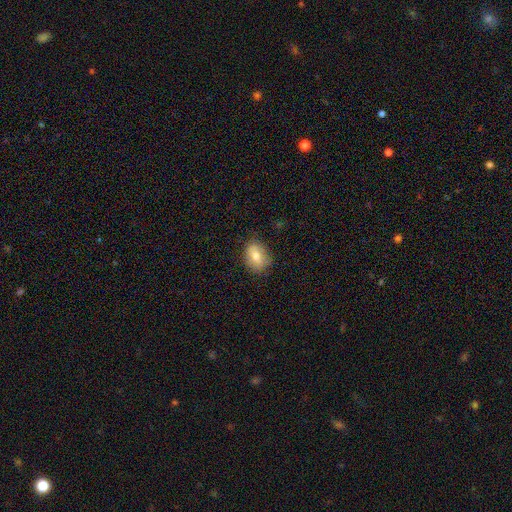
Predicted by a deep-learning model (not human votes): Q: Smooth or featured?
A: smooth (74%); runner-up: featured or disk (18%)
Q: How rounded?
A: in between (72%); runner-up: round (26%)
Q: Merging?
A: none (81%); runner-up: minor disturbance (15%)